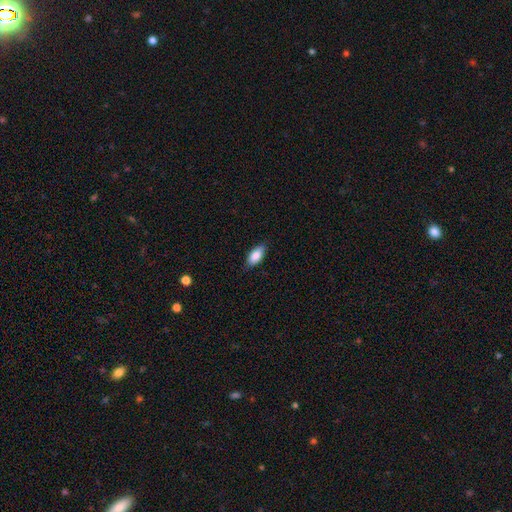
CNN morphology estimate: smooth-or-featured: smooth: 86% | featured or disk: 7% | star or artifact: 7%
  how-rounded: in between: 90% | cigar-shaped: 8% | round: 3%
  merging: none: 83% | minor disturbance: 14% | major disturbance: 2% | merger: 1%